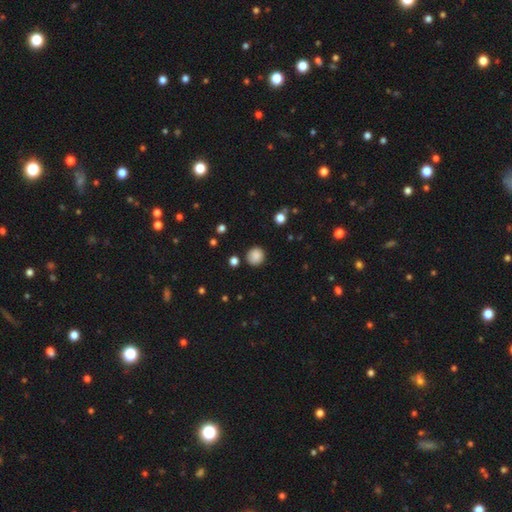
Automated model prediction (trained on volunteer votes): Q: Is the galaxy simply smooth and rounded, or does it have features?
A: smooth — 86%.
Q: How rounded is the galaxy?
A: round — 90%.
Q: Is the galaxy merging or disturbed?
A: none — 86%.